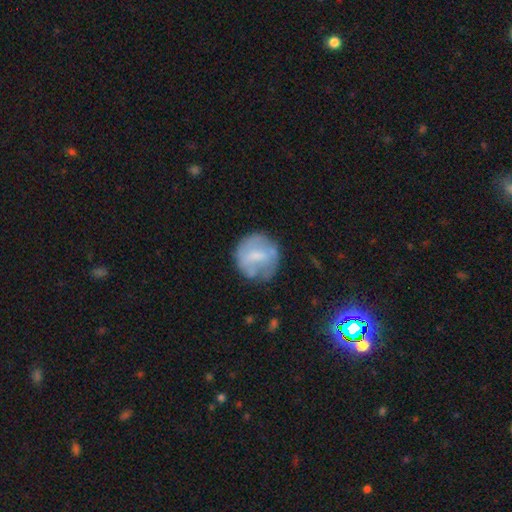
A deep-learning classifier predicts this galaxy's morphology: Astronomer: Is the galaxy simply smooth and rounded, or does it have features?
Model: smooth — 51% (runner-up: featured or disk, 41%).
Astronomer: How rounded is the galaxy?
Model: round — 87%.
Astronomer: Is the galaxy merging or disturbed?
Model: none — 64%.